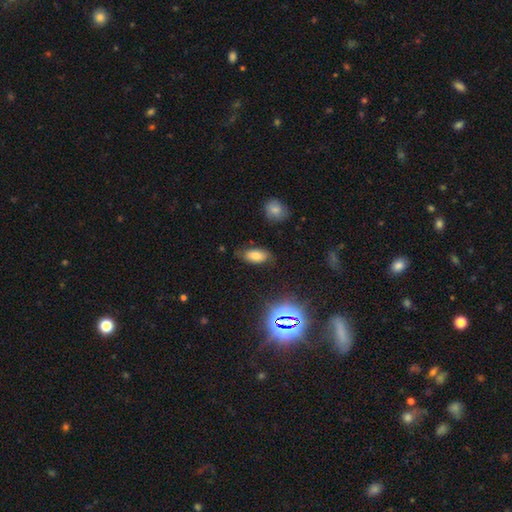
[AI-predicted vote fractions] Overall: smooth (71%). How rounded: in between (92%). Merging: none (76%).